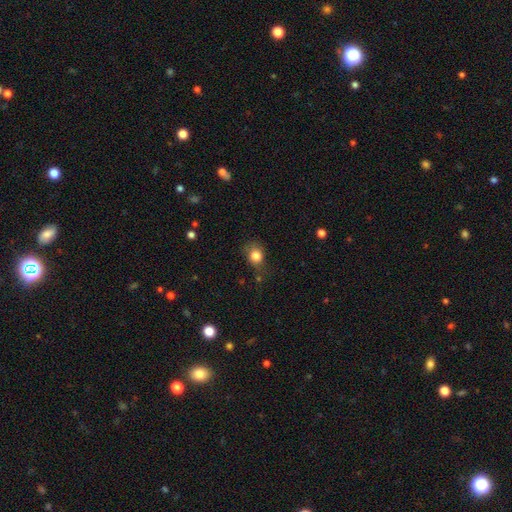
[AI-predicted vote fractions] Smooth or featured: smooth — 81% (star or artifact — 11%)
How rounded: round — 63% (in between — 36%)
Merging: none — 62% (minor disturbance — 26%)